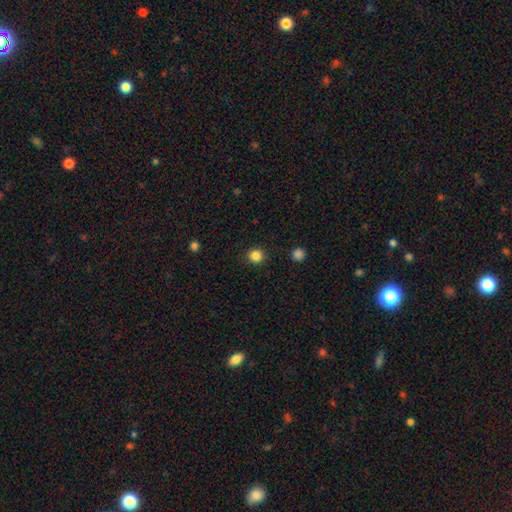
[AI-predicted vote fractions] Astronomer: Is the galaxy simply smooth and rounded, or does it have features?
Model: smooth — 85%.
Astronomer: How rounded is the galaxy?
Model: round — 94%.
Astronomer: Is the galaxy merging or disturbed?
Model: none — 92%.